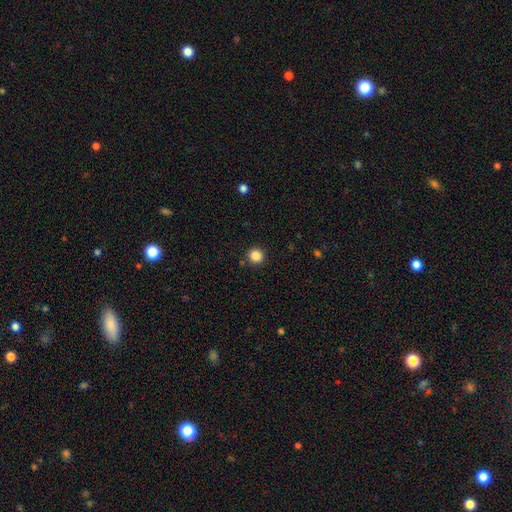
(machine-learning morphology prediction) Smooth or featured?
  - smooth: 86% *
  - star or artifact: 11%
  - featured or disk: 3%
How rounded?
  - round: 92% *
  - in between: 8%
  - cigar-shaped: 1%
Merging?
  - none: 90% *
  - minor disturbance: 6%
  - major disturbance: 2%
  - merger: 2%